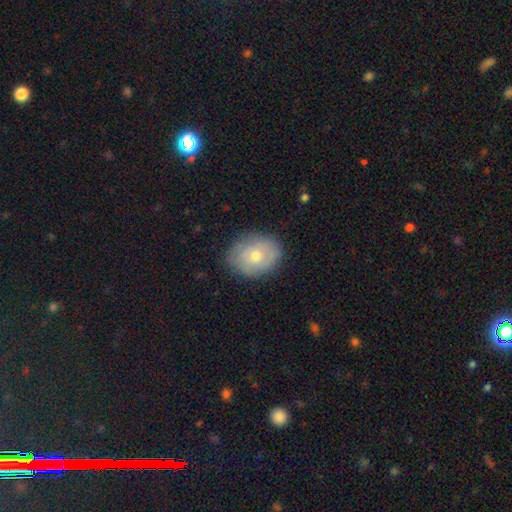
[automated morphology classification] Smooth or featured?
  - smooth: 60% *
  - featured or disk: 32%
  - star or artifact: 8%
How rounded?
  - in between: 58% *
  - round: 41%
  - cigar-shaped: 1%
Merging?
  - none: 81% *
  - minor disturbance: 15%
  - major disturbance: 3%
  - merger: 1%